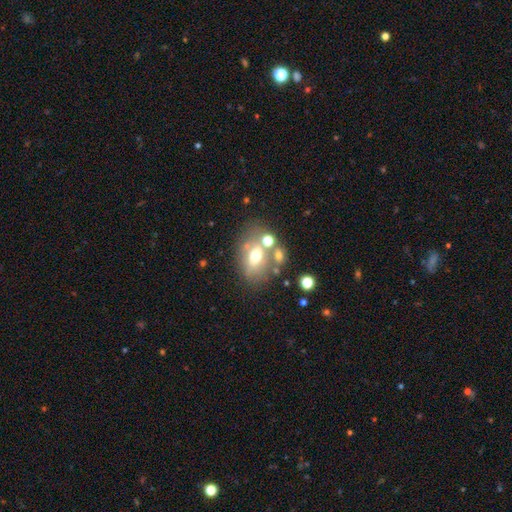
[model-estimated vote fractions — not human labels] The model was most divided on "smooth or featured": smooth: 54%, featured or disk: 32%, star or artifact: 14%. More confident: how rounded — in between (69%); merging — none (51%).